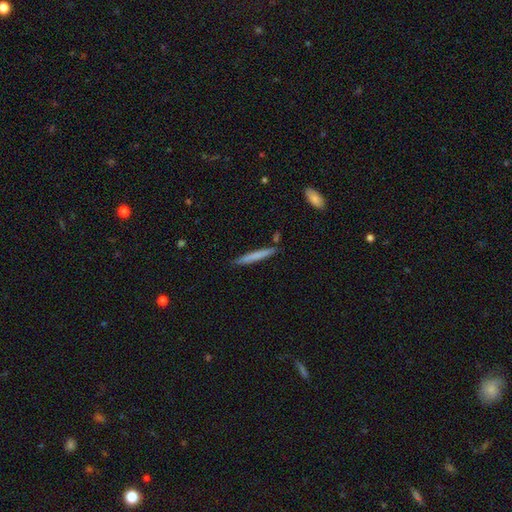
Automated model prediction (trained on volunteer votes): A smooth galaxy with no disk features (71%) that is cigar-shaped (96%). Merging: none (87%).